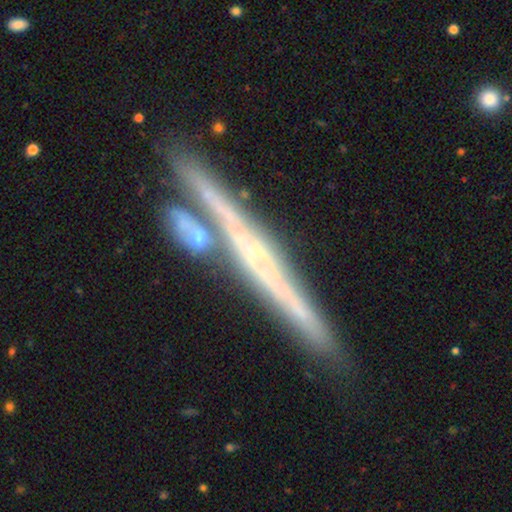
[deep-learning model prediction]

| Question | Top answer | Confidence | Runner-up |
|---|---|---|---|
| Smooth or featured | featured or disk | 79% | smooth (14%) |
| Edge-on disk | yes | 96% | no (4%) |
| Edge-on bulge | none | 52% | rounded (39%) |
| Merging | none | 78% | merger (10%) |